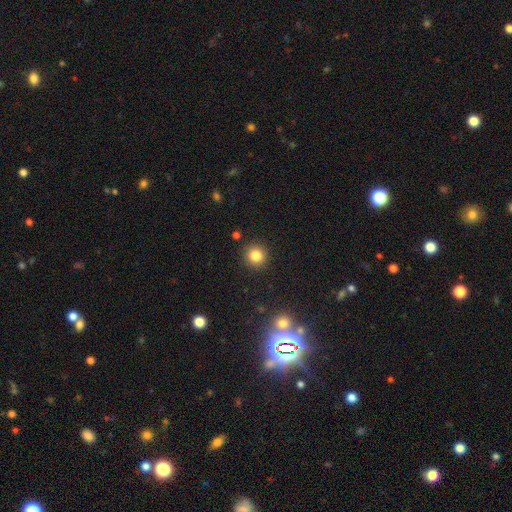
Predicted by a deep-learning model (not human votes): Smooth or featured?
  - smooth: 83% *
  - star or artifact: 12%
  - featured or disk: 6%
How rounded?
  - round: 93% *
  - in between: 6%
  - cigar-shaped: 1%
Merging?
  - none: 91% *
  - minor disturbance: 6%
  - major disturbance: 2%
  - merger: 2%